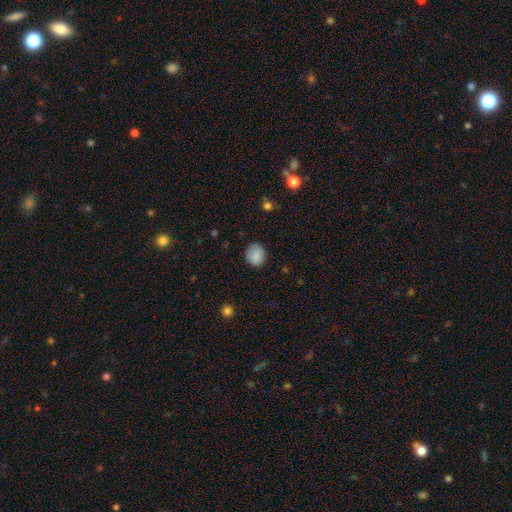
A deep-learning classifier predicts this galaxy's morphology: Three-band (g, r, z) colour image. It shows a smooth galaxy with no disk features (85%) that is round (71%). Merging: none (80%).